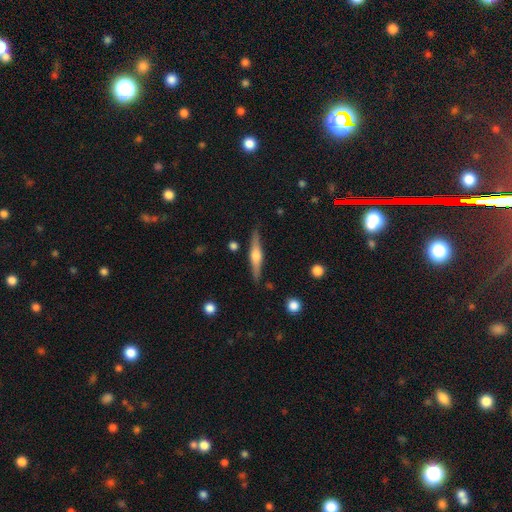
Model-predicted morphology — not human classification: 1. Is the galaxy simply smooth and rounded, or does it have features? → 65% featured or disk, 29% smooth, 6% star or artifact.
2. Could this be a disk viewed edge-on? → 97% yes, 3% no.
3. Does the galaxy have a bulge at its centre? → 91% rounded, 6% boxy, 3% none.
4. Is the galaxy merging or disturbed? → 87% none, 9% minor disturbance, 2% major disturbance, 2% merger.